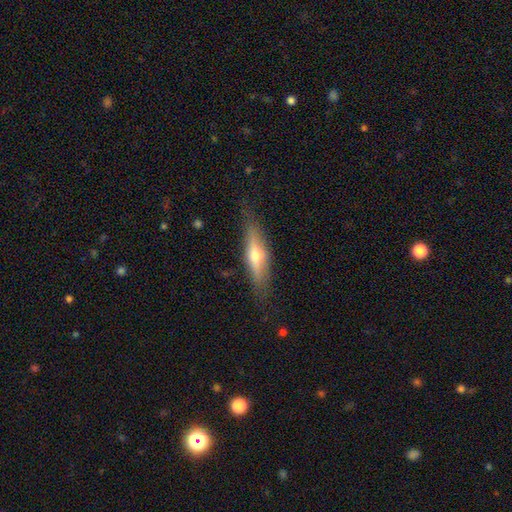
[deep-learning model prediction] A featured or disk galaxy (55%) viewed edge-on (90%). Merging: none (81%).